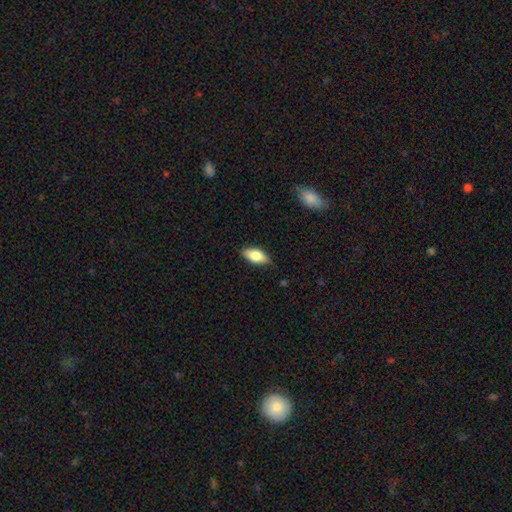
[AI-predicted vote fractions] The model was most divided on "smooth or featured": smooth: 77%, featured or disk: 16%, star or artifact: 7%. More confident: how rounded — in between (88%); merging — none (84%).